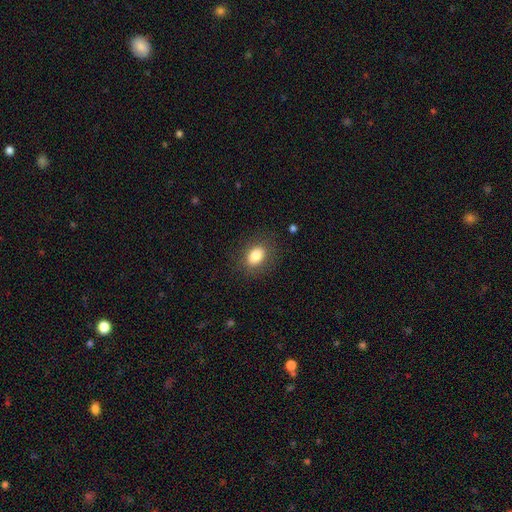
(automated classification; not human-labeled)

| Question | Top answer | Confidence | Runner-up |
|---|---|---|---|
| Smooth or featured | smooth | 83% | star or artifact (9%) |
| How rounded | in between | 69% | round (30%) |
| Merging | none | 84% | minor disturbance (11%) |